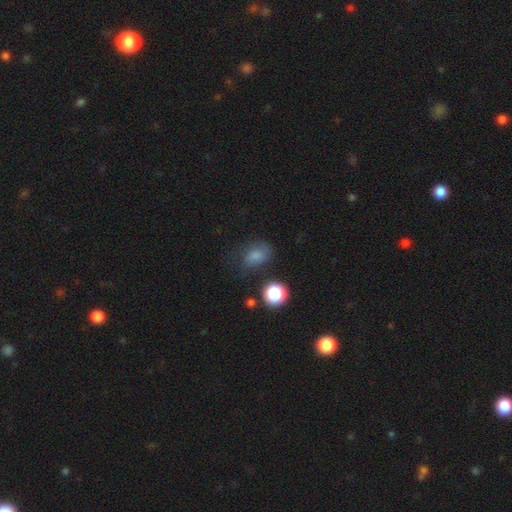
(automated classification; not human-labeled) This appears to be a smooth galaxy with no disk features (68%) that is in between round and cigar-shaped (68%). Merging: none (59%).